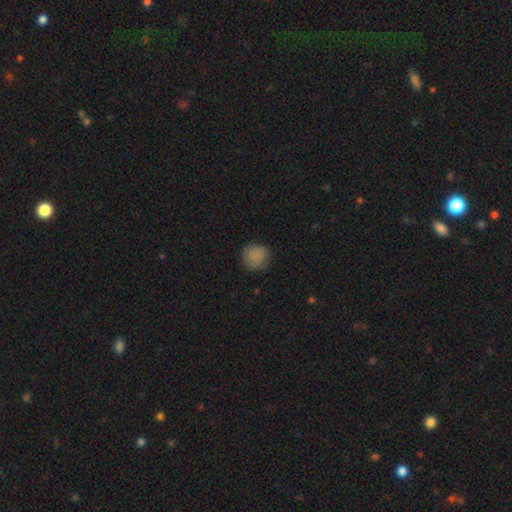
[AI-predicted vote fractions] The model was most divided on "merging": none: 82%, minor disturbance: 14%, major disturbance: 3%, merger: 1%. More confident: how rounded — round (89%); smooth or featured — smooth (85%).